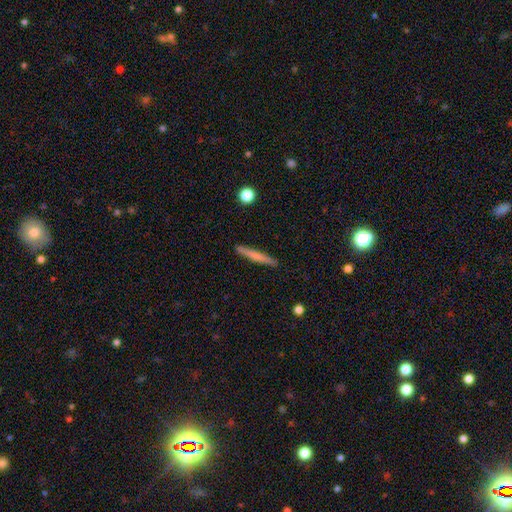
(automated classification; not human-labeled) A smooth galaxy with no disk features (62%) that is cigar-shaped (96%). Merging: none (91%).